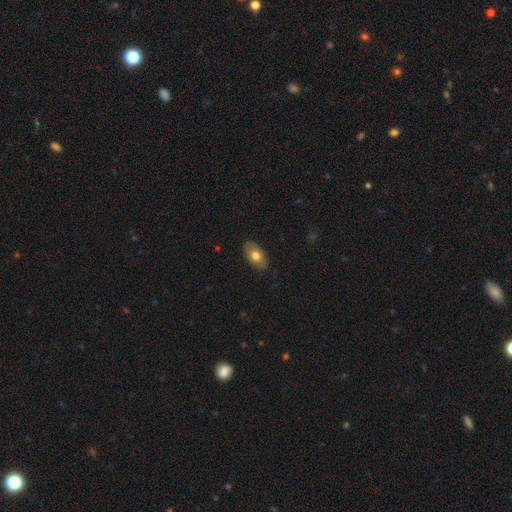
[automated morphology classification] smooth 69%, featured or disk 25%, star or artifact 7%. Down the decision tree: how rounded — in between (91%); merging — none (85%).